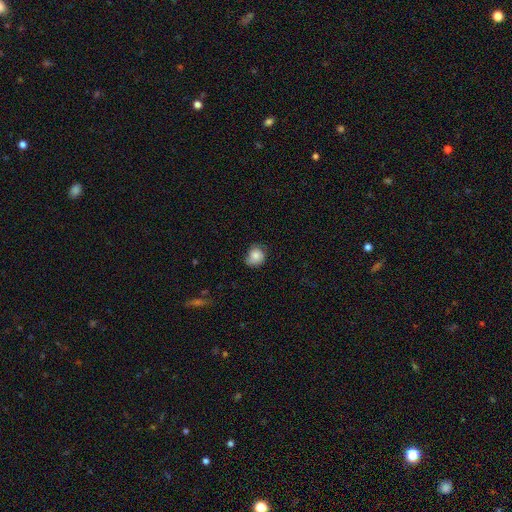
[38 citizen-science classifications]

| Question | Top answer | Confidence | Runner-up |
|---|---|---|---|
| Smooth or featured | smooth | 89% | star or artifact (8%) |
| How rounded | round | 79% | in between (21%) |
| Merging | minor disturbance | 54% | none (46%) |